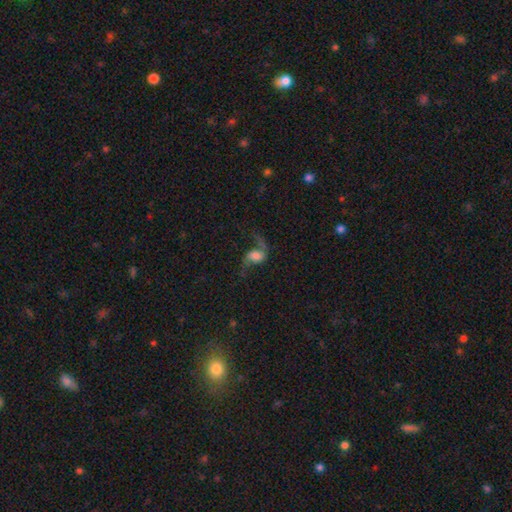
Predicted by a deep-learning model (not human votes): Smooth or featured: featured or disk — 71% (smooth — 20%)
Edge-on disk: no — 96% (yes — 4%)
Bar: no — 48% (weak — 37%)
Spiral arms: yes — 92% (no — 8%)
Spiral winding: loose — 86% (medium — 11%)
Spiral arm count: 2 — 88% (1 — 7%)
Bulge size: large — 33% (moderate — 22%)
Merging: none — 56% (major disturbance — 25%)